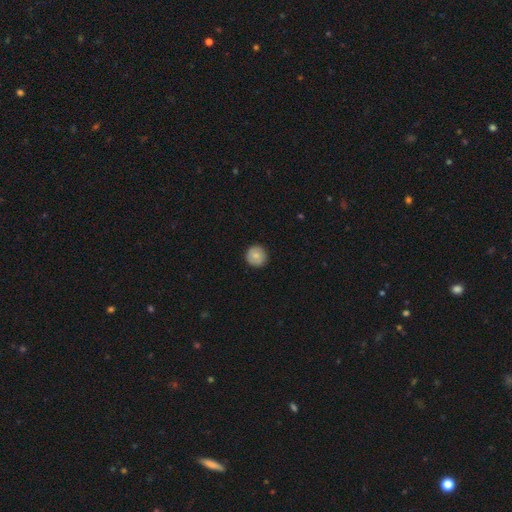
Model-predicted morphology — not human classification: This is likely a smooth galaxy (76%). How rounded: clearly round (94%). Merging: clearly none (89%).